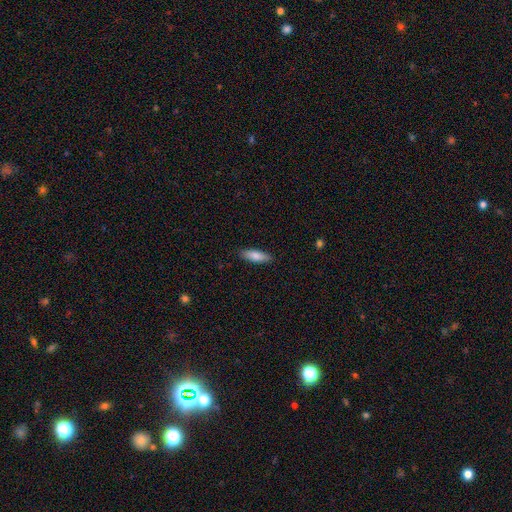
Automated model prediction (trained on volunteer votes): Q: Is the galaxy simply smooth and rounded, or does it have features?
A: smooth — 80%.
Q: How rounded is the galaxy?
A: in between — 51%.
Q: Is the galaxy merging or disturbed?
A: none — 89%.